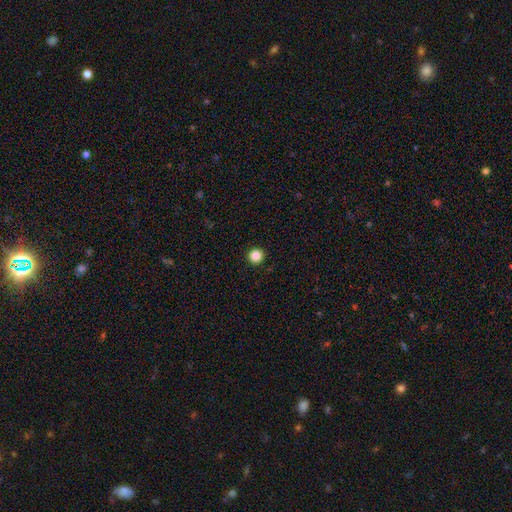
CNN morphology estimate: Smooth or featured?
  - smooth: 86% *
  - star or artifact: 11%
  - featured or disk: 3%
How rounded?
  - round: 96% *
  - in between: 3%
  - cigar-shaped: 1%
Merging?
  - none: 94% *
  - minor disturbance: 3%
  - major disturbance: 1%
  - merger: 1%